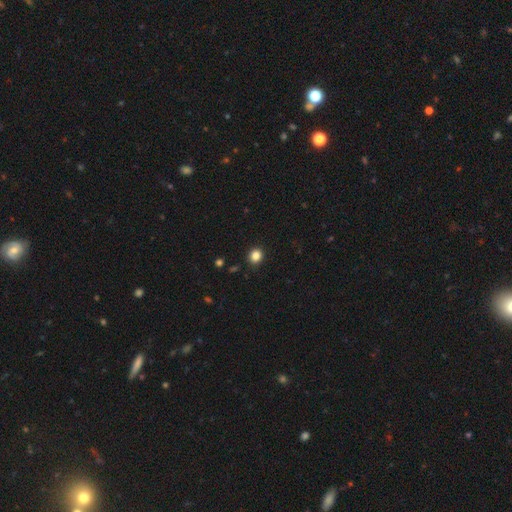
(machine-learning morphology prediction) Q: Smooth or featured?
A: smooth (84%); runner-up: star or artifact (12%)
Q: How rounded?
A: round (83%); runner-up: in between (16%)
Q: Merging?
A: none (91%); runner-up: minor disturbance (6%)